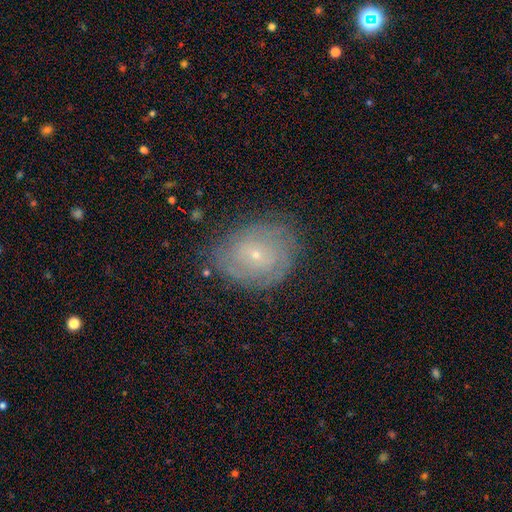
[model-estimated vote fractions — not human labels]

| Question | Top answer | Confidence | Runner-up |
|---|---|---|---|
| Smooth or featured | featured or disk | 62% | smooth (25%) |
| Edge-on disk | no | 96% | yes (4%) |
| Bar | no | 67% | weak (28%) |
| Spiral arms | yes | 84% | no (16%) |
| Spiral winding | tight | 70% | medium (23%) |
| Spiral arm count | can't tell | 51% | 2 (23%) |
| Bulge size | small | 78% | moderate (18%) |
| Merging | none | 77% | minor disturbance (16%) |